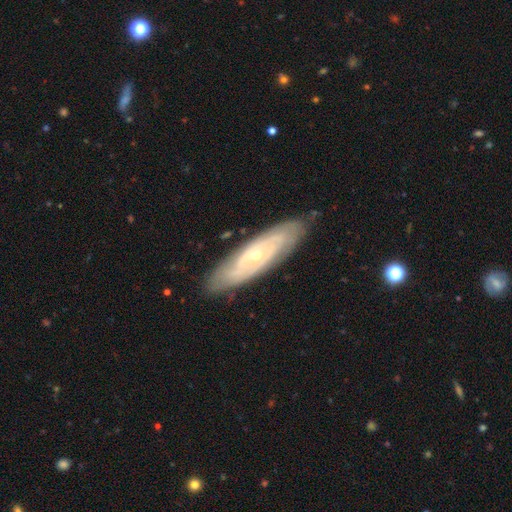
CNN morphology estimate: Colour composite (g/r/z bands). It shows a featured or disk galaxy (76%) with no bar (75%), spiral arms (71%) and a small central bulge (69%). Merging: none (84%).